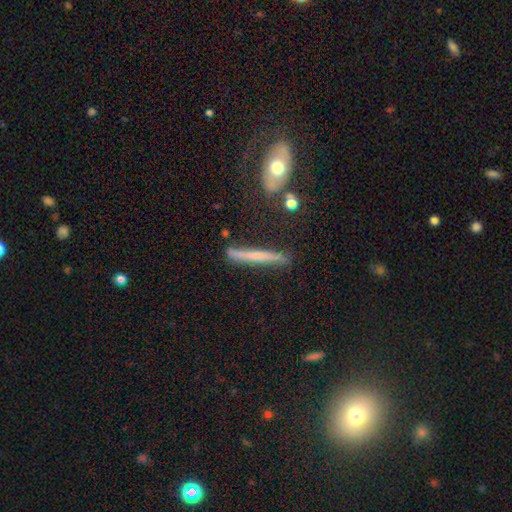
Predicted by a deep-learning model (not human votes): A featured or disk galaxy (54%) viewed edge-on (94%) with no central bulge (49%).

Vote fractions:
- Smooth or featured? featured or disk: 54% / smooth: 38% / star or artifact: 8%
- Edge-on disk? yes: 94% / no: 6%
- Edge-on bulge? none: 49% / rounded: 44% / boxy: 7%
- Merging? none: 82% / minor disturbance: 13% / merger: 3% / major disturbance: 3%